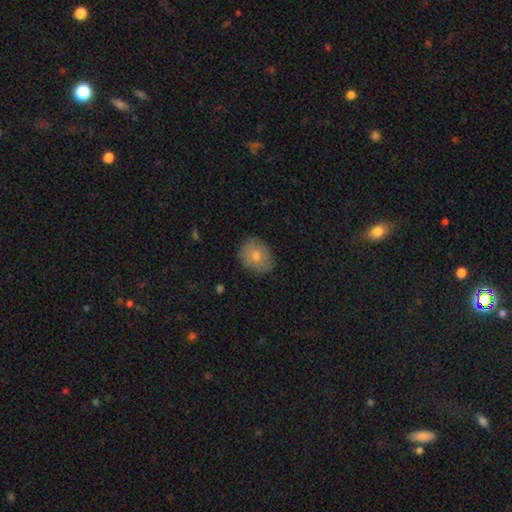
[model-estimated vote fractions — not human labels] This appears to be a smooth galaxy with no disk features (72%) that is in between round and cigar-shaped (51%). Merging: none (84%).